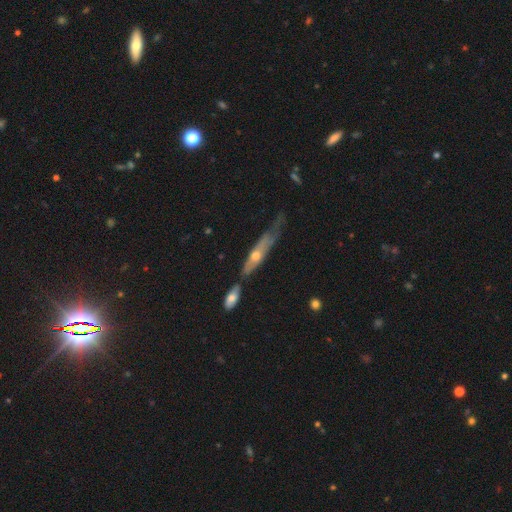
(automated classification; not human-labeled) Smooth or featured: featured or disk — 61% (smooth — 32%)
Edge-on disk: yes — 67% (no — 33%)
Merging: none — 37% (minor disturbance — 29%)